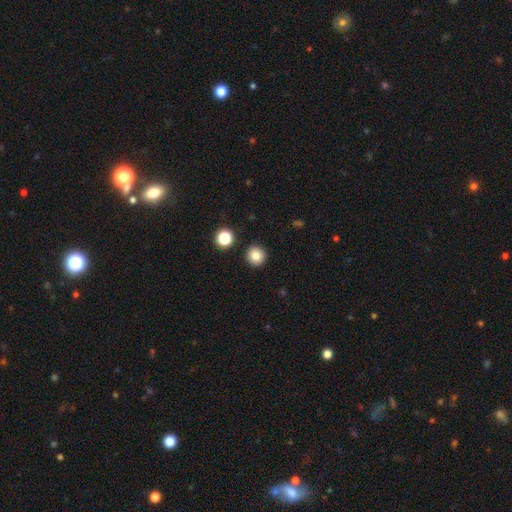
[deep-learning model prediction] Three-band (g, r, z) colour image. It shows a smooth galaxy with no disk features (82%) that is round (95%). Merging: none (91%).